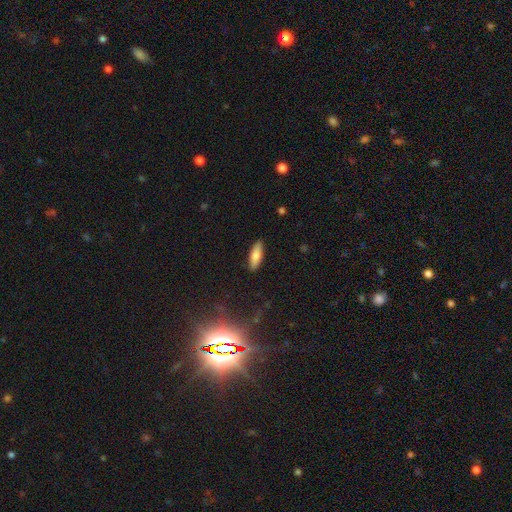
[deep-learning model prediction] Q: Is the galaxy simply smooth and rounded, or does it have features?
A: smooth — 79%.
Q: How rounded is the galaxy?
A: in between — 55%.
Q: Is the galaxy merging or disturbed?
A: none — 88%.